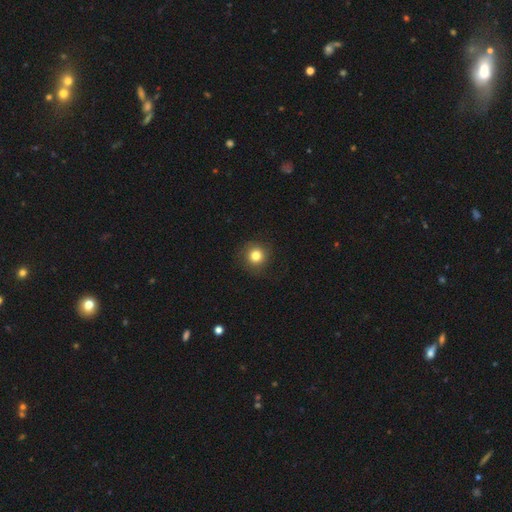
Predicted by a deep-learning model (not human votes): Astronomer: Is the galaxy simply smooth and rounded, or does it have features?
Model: smooth — 82%.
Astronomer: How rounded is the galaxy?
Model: round — 93%.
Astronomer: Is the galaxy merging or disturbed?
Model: none — 86%.